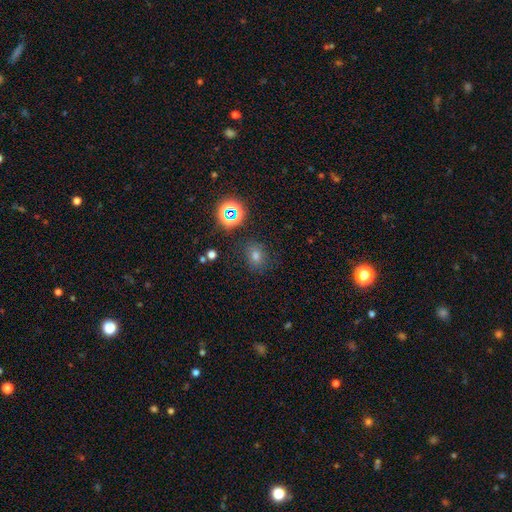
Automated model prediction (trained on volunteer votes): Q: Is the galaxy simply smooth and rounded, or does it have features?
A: smooth — 63%.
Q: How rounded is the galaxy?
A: round — 64%.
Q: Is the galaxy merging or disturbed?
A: none — 83%.